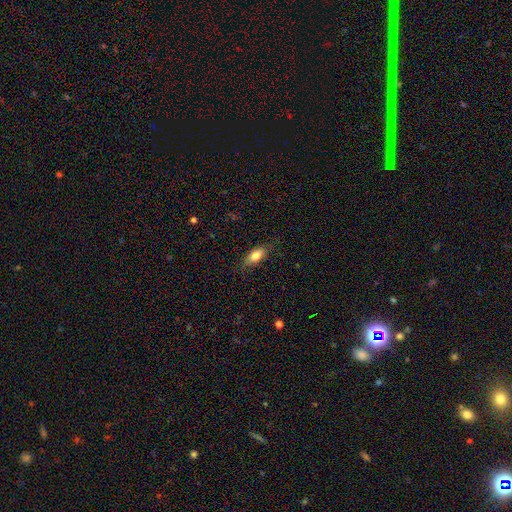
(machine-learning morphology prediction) Smooth or featured? smooth (79%)
How rounded? in between (83%)
Merging? none (79%)